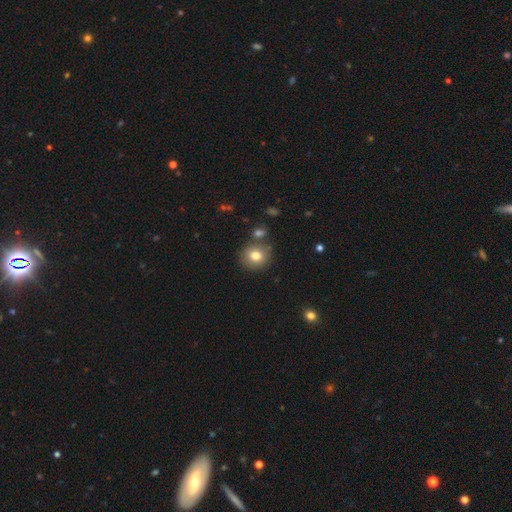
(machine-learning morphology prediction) Overall: smooth (79%). How rounded: round (84%). Merging: none (78%).